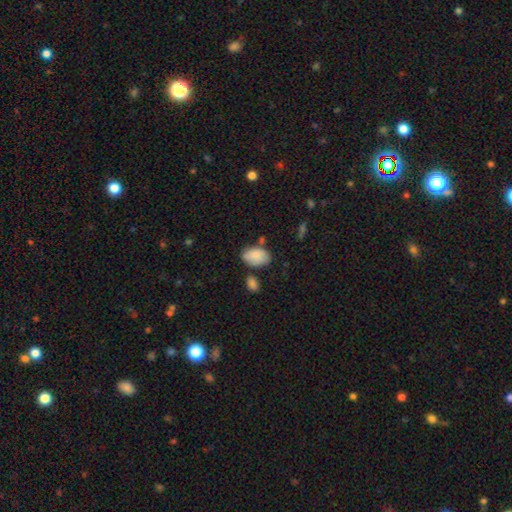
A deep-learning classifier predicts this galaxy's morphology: Smooth or featured?
  - smooth: 85% *
  - featured or disk: 8%
  - star or artifact: 7%
How rounded?
  - in between: 91% *
  - round: 8%
  - cigar-shaped: 1%
Merging?
  - none: 59% *
  - minor disturbance: 24%
  - merger: 11%
  - major disturbance: 6%